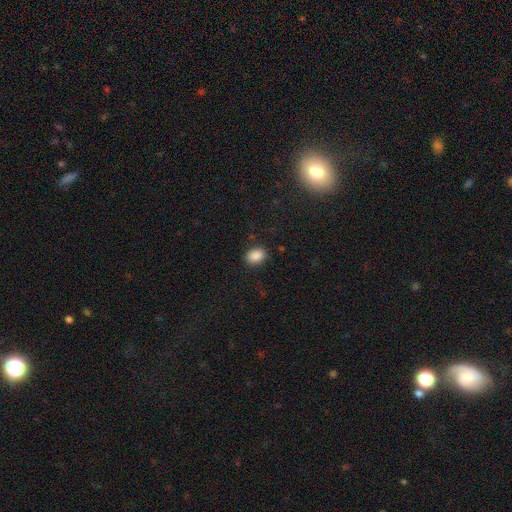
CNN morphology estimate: type=smooth (88%); roundness=in between (66%); merging=none (87%).